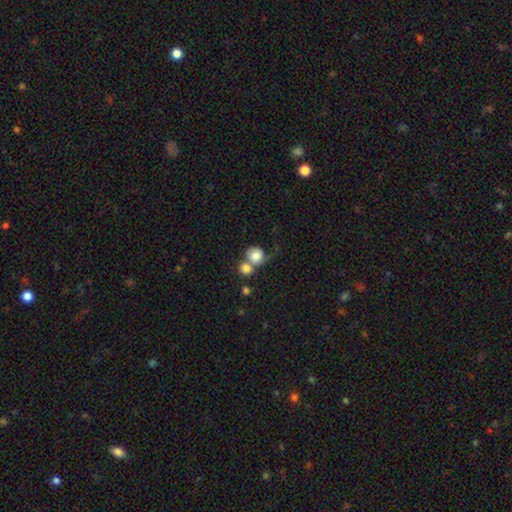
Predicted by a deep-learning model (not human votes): This appears to be a smooth galaxy with no disk features (74%) that is round (82%). Merging: merger (52%).